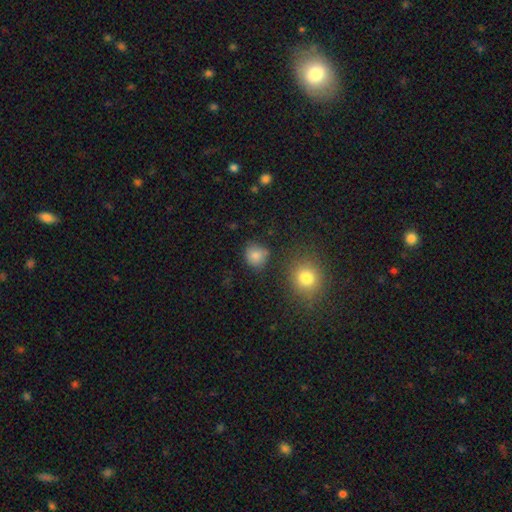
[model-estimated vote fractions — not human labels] Smooth or featured?
  - smooth: 82% *
  - star or artifact: 12%
  - featured or disk: 6%
How rounded?
  - round: 84% *
  - in between: 15%
  - cigar-shaped: 1%
Merging?
  - none: 76% *
  - minor disturbance: 14%
  - merger: 5%
  - major disturbance: 4%